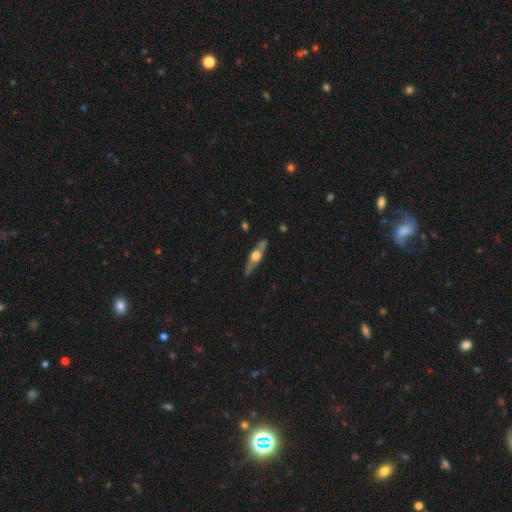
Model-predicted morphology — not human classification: Overall: featured or disk (67%; smooth 28%). Edge-on disk: yes (92%). Edge-on bulge: rounded (93%). Merging: none (82%).